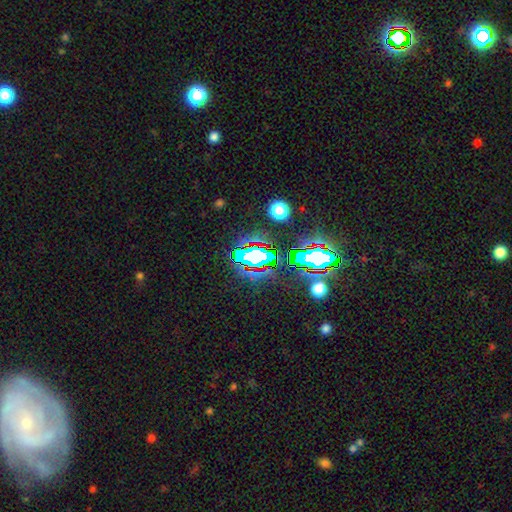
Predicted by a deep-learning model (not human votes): The model was most divided on "smooth or featured": star or artifact: 66%, smooth: 21%, featured or disk: 14%.